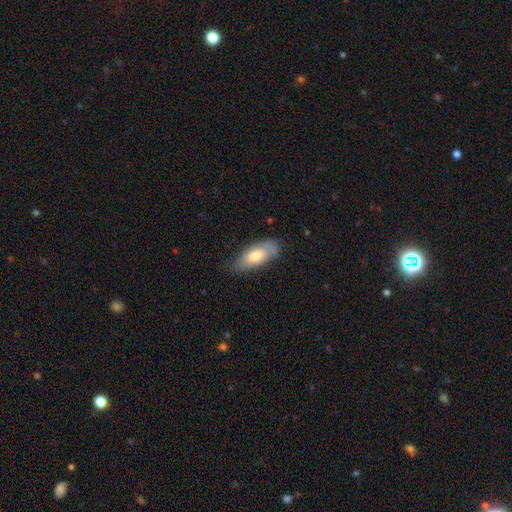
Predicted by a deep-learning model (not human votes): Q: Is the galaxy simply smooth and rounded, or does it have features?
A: smooth — 67%.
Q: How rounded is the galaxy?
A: in between — 84%.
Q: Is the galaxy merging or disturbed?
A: none — 66%.